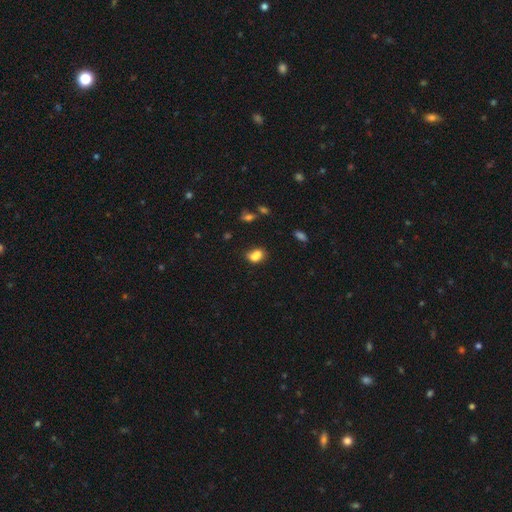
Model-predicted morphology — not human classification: smooth_or_featured: smooth (p=0.76) [alt: star or artifact p=0.12]
how_rounded: in between (p=0.69) [alt: round p=0.29]
merging: merger (p=0.41) [alt: none p=0.34]